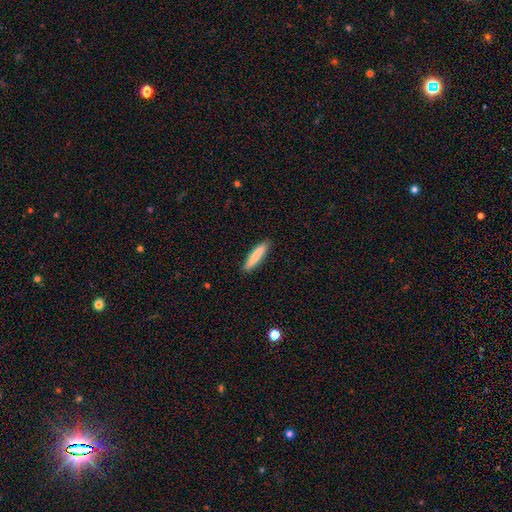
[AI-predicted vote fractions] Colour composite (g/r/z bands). It shows a smooth galaxy with no disk features (80%) that is cigar-shaped (85%). Merging: none (89%).